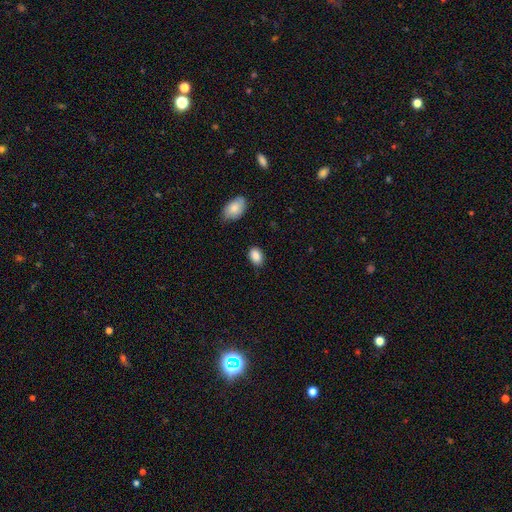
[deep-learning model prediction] This appears to be a smooth galaxy with no disk features (88%) that is in between round and cigar-shaped (84%). Merging: none (79%).